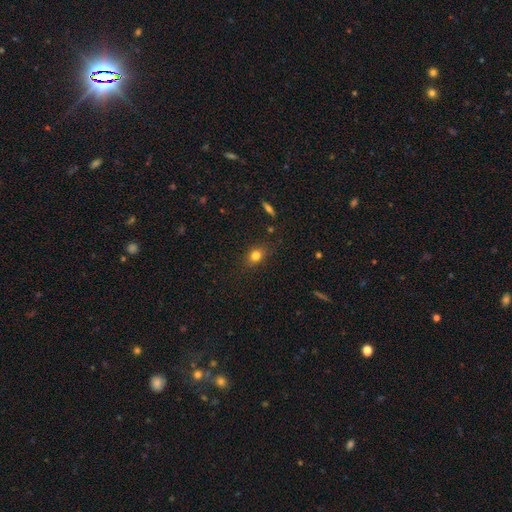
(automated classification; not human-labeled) Overall: smooth (79%). How rounded: in between (56%; round 42%). Merging: none (82%).